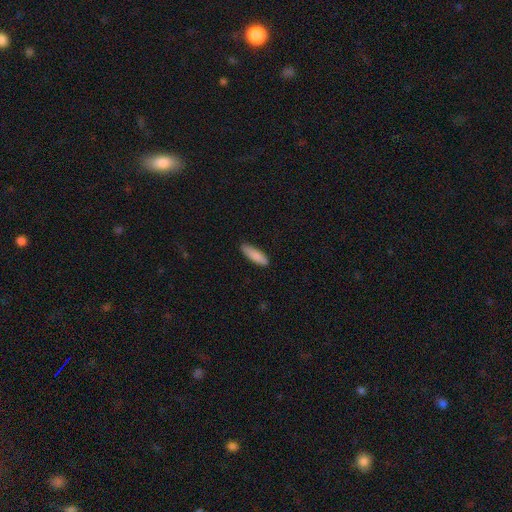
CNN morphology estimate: This is clearly a smooth galaxy (87%). How rounded: possibly cigar-shaped (57%). Merging: clearly none (84%).